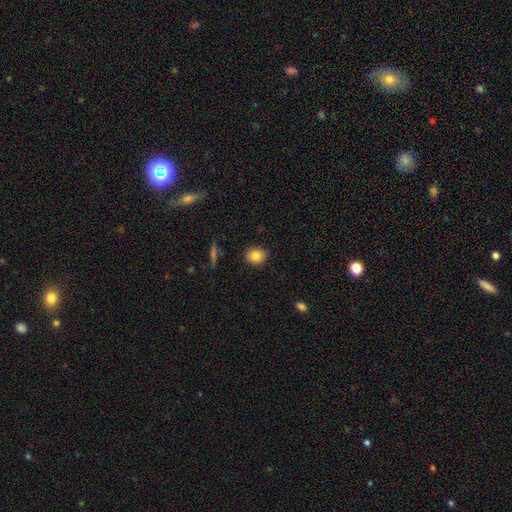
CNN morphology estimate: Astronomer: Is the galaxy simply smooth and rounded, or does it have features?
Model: smooth — 84%.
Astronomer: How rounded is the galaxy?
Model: round — 74%.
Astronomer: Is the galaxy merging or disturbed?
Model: none — 90%.